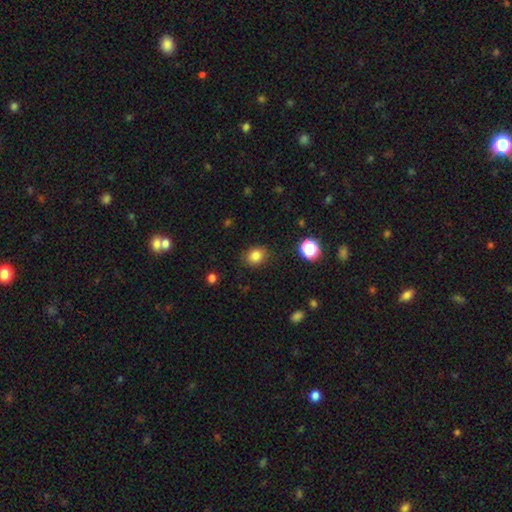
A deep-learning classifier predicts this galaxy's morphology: smooth-or-featured: smooth: 83% | star or artifact: 12% | featured or disk: 5%
  how-rounded: round: 60% | in between: 39% | cigar-shaped: 1%
  merging: none: 85% | minor disturbance: 10% | major disturbance: 3% | merger: 1%